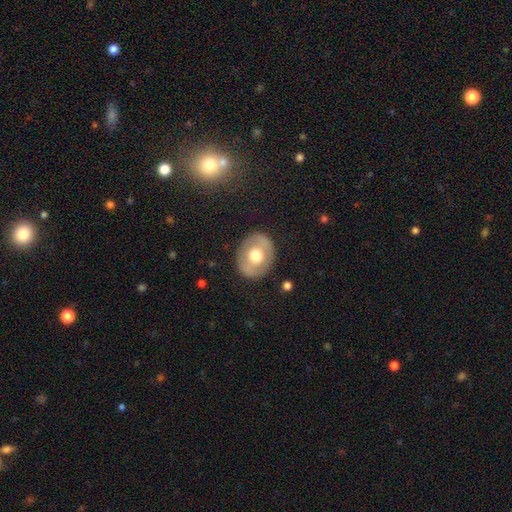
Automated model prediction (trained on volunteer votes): This is possibly a smooth galaxy (51%). How rounded: likely round (60%). Merging: clearly none (85%).